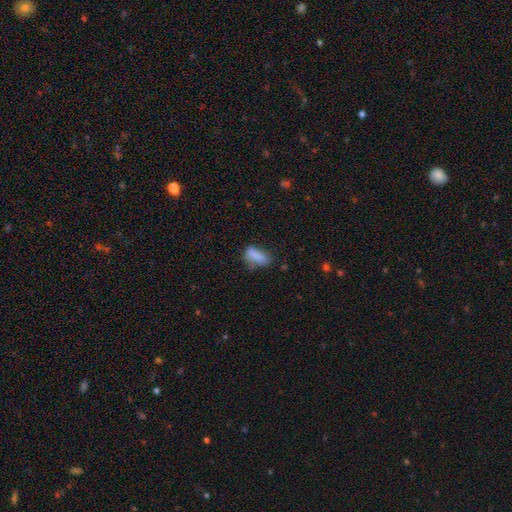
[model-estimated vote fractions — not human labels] Smooth or featured? smooth (81%)
How rounded? in between (74%)
Merging? none (48%)